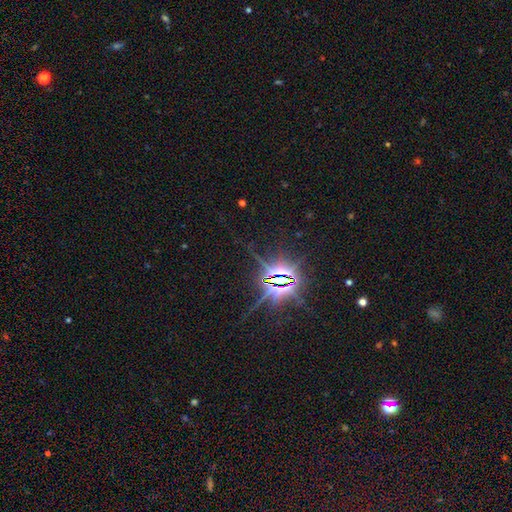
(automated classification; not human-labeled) Smooth or featured?
  - star or artifact: 87% *
  - featured or disk: 7%
  - smooth: 6%